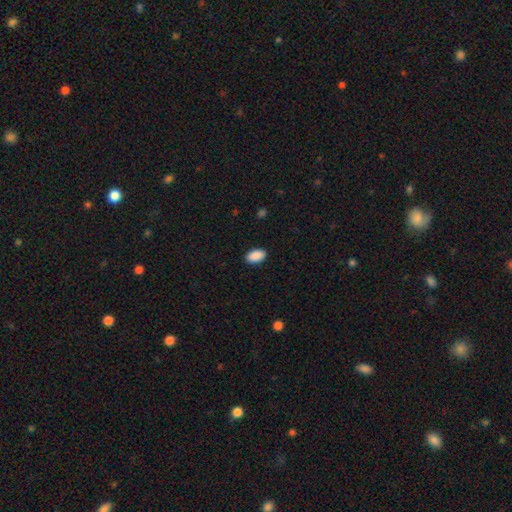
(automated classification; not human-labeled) smooth 91%, star or artifact 7%, featured or disk 3%. Down the decision tree: how rounded — in between (94%); merging — none (89%).